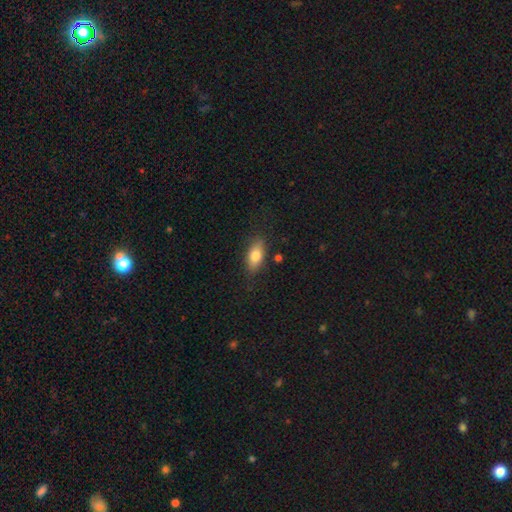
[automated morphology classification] Smooth or featured?
  - smooth: 77% *
  - featured or disk: 16%
  - star or artifact: 7%
How rounded?
  - in between: 85% *
  - cigar-shaped: 11%
  - round: 4%
Merging?
  - none: 80% *
  - minor disturbance: 14%
  - major disturbance: 3%
  - merger: 2%